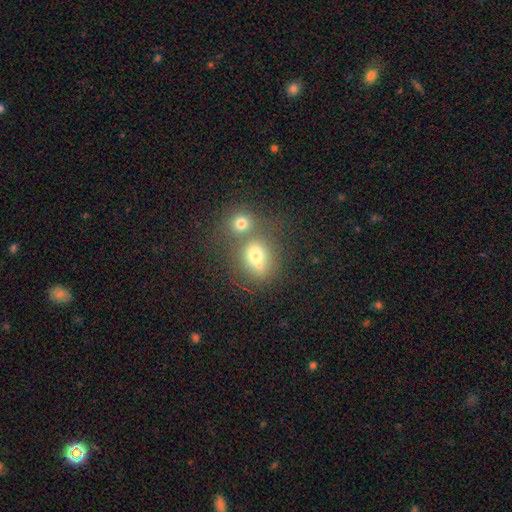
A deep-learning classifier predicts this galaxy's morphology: smooth 70%, featured or disk 16%, star or artifact 14%. Down the decision tree: how rounded — round (72%); merging — merger (50%).